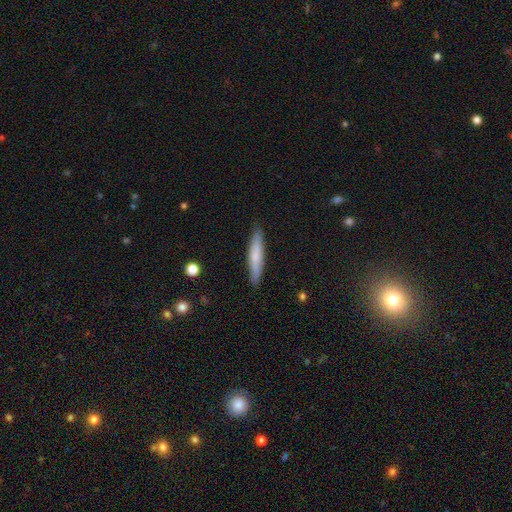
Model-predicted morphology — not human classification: This is likely a smooth galaxy (66%). How rounded: clearly cigar-shaped (89%). Merging: clearly none (89%).